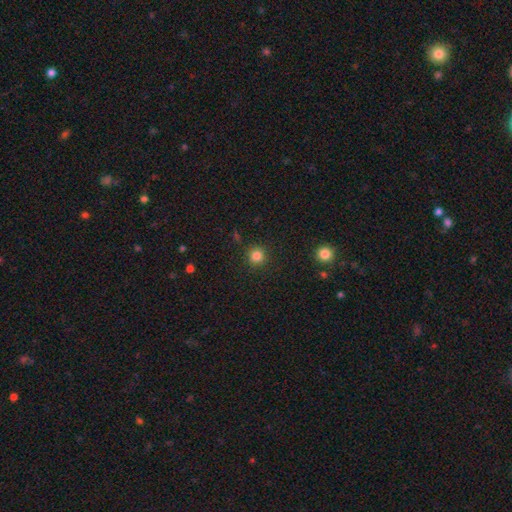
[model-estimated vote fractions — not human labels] Smooth or featured? smooth (83%)
How rounded? round (94%)
Merging? none (90%)